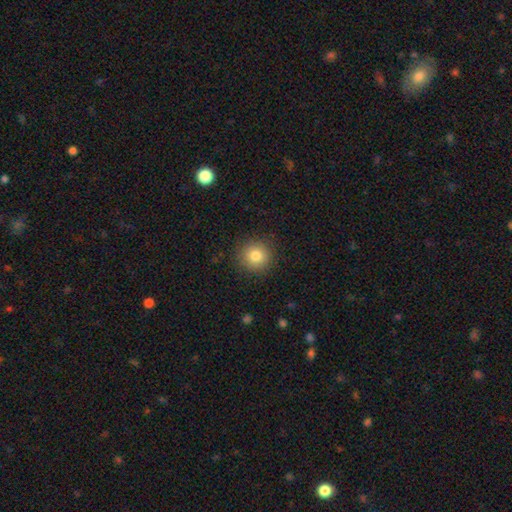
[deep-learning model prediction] Smooth or featured? smooth (81%)
How rounded? round (94%)
Merging? none (90%)